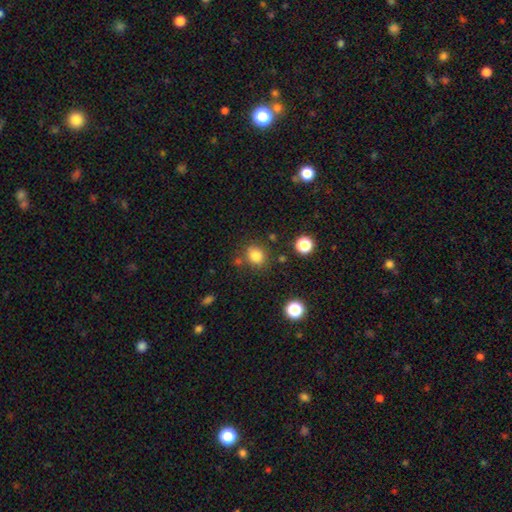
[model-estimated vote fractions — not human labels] Smooth or featured: smooth — 82% (star or artifact — 13%)
How rounded: round — 73% (in between — 26%)
Merging: none — 79% (minor disturbance — 12%)